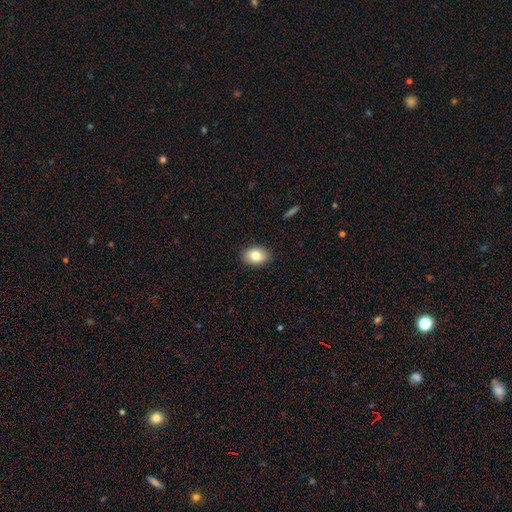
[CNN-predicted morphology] smooth 83%, featured or disk 9%, star or artifact 8%. Down the decision tree: how rounded — in between (81%); merging — none (89%).